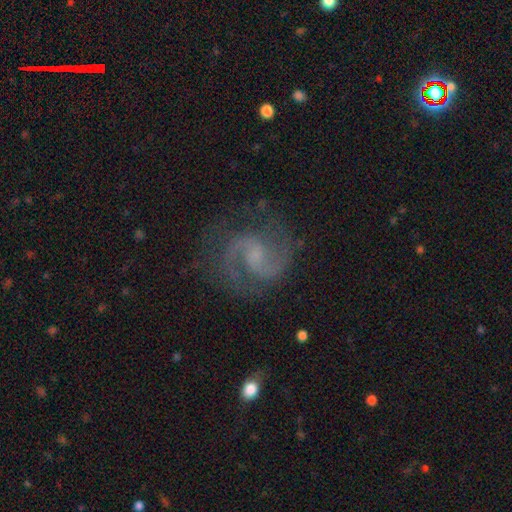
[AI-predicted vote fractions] featured or disk 91%, star or artifact 5%, smooth 4%. Down the decision tree: edge-on disk — no (98%); bar — weak (53%); spiral arms — yes (98%); spiral arm count — 2 (93%); spiral winding — medium (63%); bulge size — small (41%); merging — none (79%).